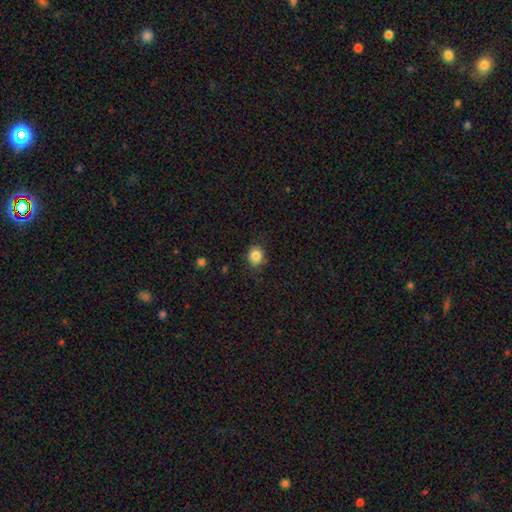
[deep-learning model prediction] This is clearly a smooth galaxy (84%). How rounded: likely round (74%). Merging: clearly none (83%).